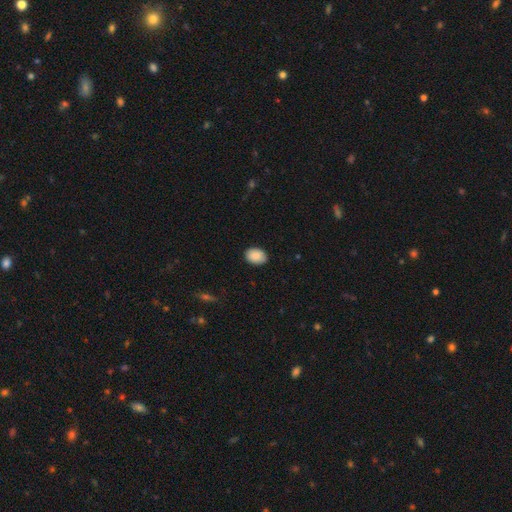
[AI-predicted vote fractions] Smooth or featured?
  - smooth: 89% *
  - star or artifact: 7%
  - featured or disk: 4%
How rounded?
  - in between: 72% *
  - round: 27%
  - cigar-shaped: 1%
Merging?
  - none: 89% *
  - minor disturbance: 8%
  - major disturbance: 2%
  - merger: 1%